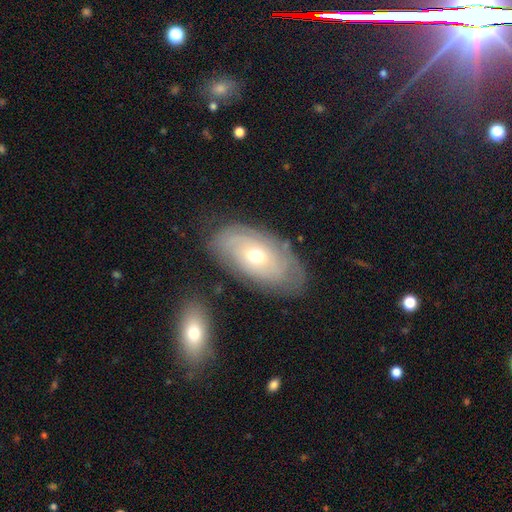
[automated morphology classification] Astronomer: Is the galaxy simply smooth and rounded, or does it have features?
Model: featured or disk — 67%.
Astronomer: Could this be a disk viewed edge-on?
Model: no — 91%.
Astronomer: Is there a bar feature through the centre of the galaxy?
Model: no — 81%.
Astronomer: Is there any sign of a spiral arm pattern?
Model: yes — 73%.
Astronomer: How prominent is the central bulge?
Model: moderate — 68%.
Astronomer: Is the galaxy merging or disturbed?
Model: none — 74%.